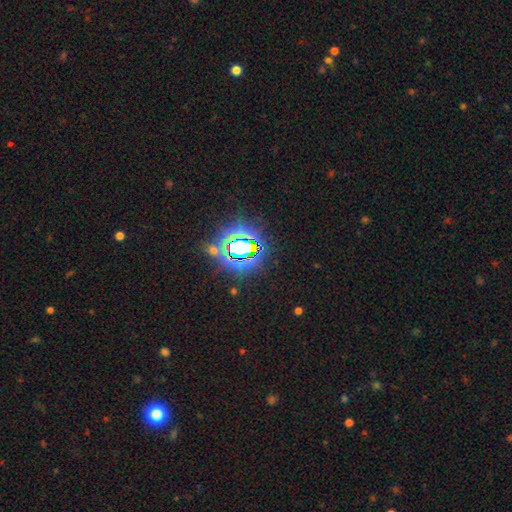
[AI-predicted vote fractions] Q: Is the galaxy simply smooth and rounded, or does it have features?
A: star or artifact — 85%.